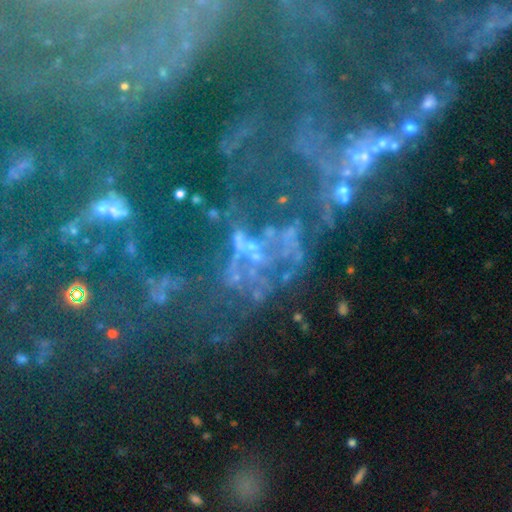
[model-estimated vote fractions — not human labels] Q: Smooth or featured?
A: featured or disk (57%); runner-up: star or artifact (30%)
Q: Edge-on disk?
A: no (97%); runner-up: yes (3%)
Q: Bar?
A: no (83%); runner-up: weak (11%)
Q: Spiral arms?
A: no (76%); runner-up: yes (24%)
Q: Bulge size?
A: none (69%); runner-up: small (20%)
Q: Merging?
A: major disturbance (36%); runner-up: none (31%)